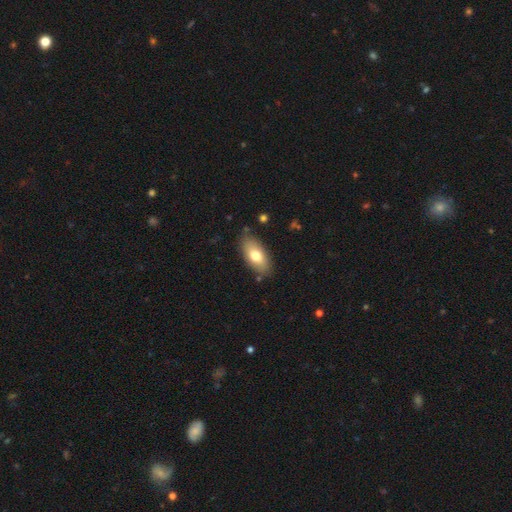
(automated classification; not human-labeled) smooth_or_featured: smooth (p=0.73) [alt: featured or disk p=0.21]
how_rounded: in between (p=0.89) [alt: cigar-shaped p=0.08]
merging: none (p=0.81) [alt: minor disturbance p=0.14]